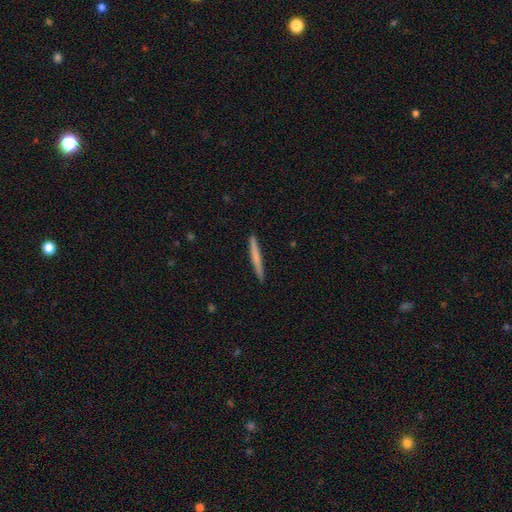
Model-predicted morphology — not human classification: A smooth galaxy with no disk features (65%) that is cigar-shaped (97%).

Vote fractions:
- Smooth or featured? smooth: 65% / featured or disk: 30% / star or artifact: 5%
- How rounded? cigar-shaped: 97% / in between: 2% / round: 1%
- Merging? none: 92% / minor disturbance: 6% / major disturbance: 1% / merger: 1%